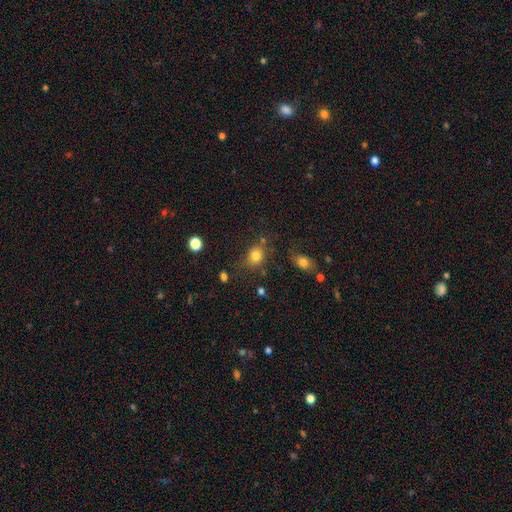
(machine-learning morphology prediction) Smooth or featured?
  - smooth: 80% *
  - star or artifact: 12%
  - featured or disk: 8%
How rounded?
  - round: 55% *
  - in between: 43%
  - cigar-shaped: 1%
Merging?
  - none: 68% *
  - minor disturbance: 18%
  - merger: 7%
  - major disturbance: 7%